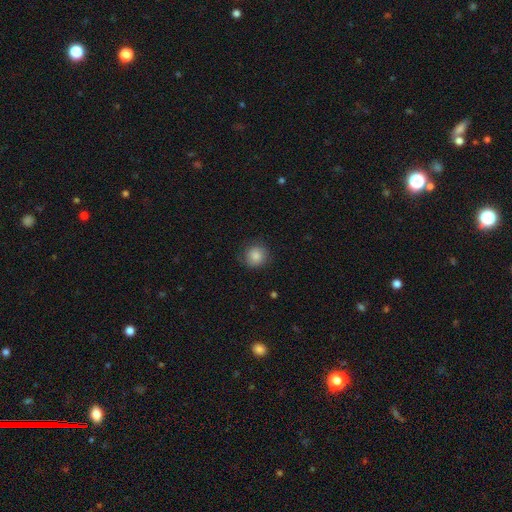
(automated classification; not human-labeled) Smooth or featured? Predicted: smooth (p=0.83). How rounded? Predicted: round (p=0.89). Merging? Predicted: none (p=0.80).